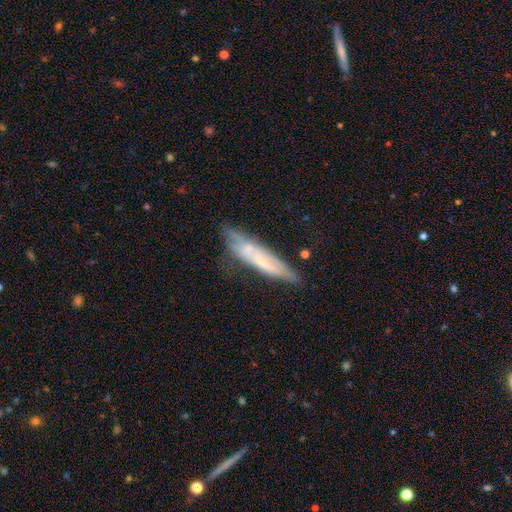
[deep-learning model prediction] The model was most divided on "edge-on disk": yes: 54%, no: 46%. More confident: merging — none (56%); smooth or featured — featured or disk (54%).